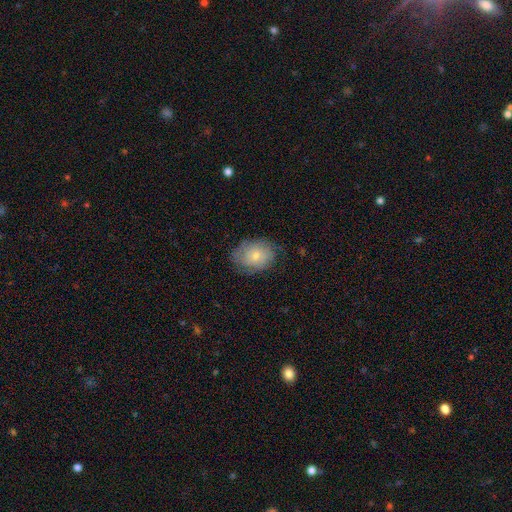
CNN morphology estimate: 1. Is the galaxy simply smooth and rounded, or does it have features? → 67% smooth, 26% featured or disk, 7% star or artifact.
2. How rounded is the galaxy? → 62% in between, 37% round, 1% cigar-shaped.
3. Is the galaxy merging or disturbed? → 69% none, 23% minor disturbance, 7% major disturbance, 1% merger.